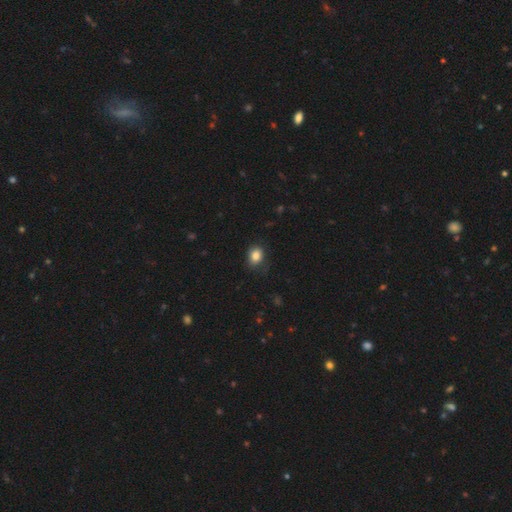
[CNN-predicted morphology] Overall: smooth (84%). How rounded: in between (52%; round 47%). Merging: none (76%).